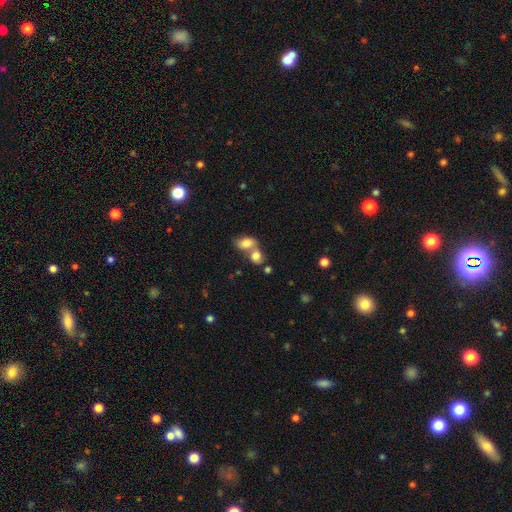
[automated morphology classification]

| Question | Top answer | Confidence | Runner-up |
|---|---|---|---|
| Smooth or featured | smooth | 80% | featured or disk (11%) |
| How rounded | in between | 64% | round (34%) |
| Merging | merger | 63% | none (26%) |